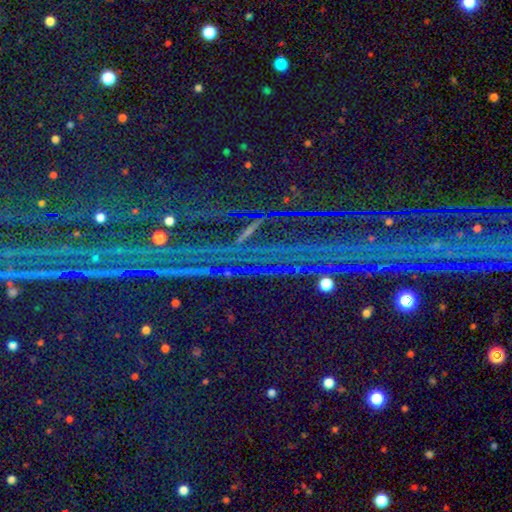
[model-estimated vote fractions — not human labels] Morphology: type=star or artifact (86%).